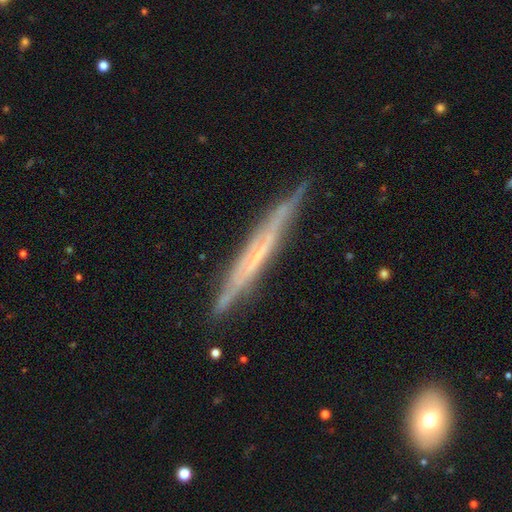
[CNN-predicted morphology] This appears to be a featured or disk galaxy (69%) viewed edge-on (92%) with no central bulge (79%). Merging: none (80%).